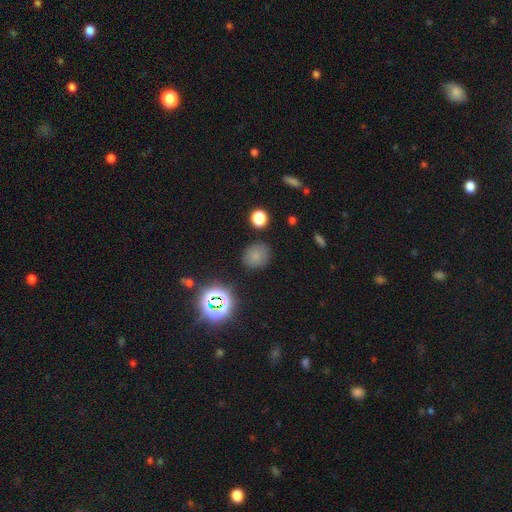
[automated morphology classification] type=smooth (72%); roundness=round (74%); merging=none (82%).